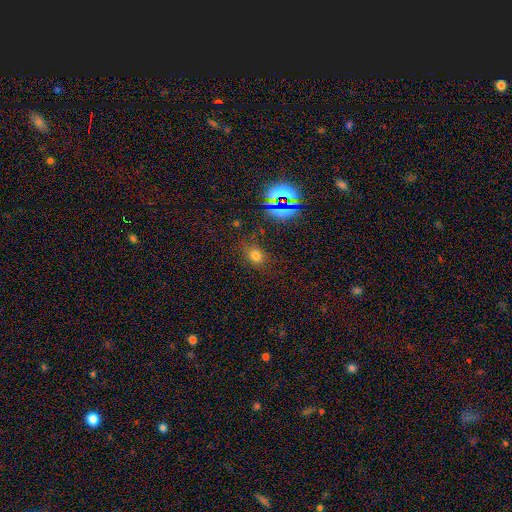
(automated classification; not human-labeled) This is likely a smooth galaxy (65%). How rounded: possibly in between (54%). Merging: likely none (79%).